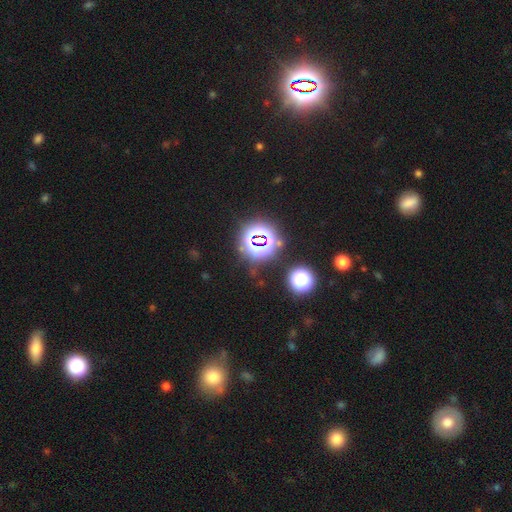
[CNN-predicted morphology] This appears to be a star or artifact, not a galaxy (78%).